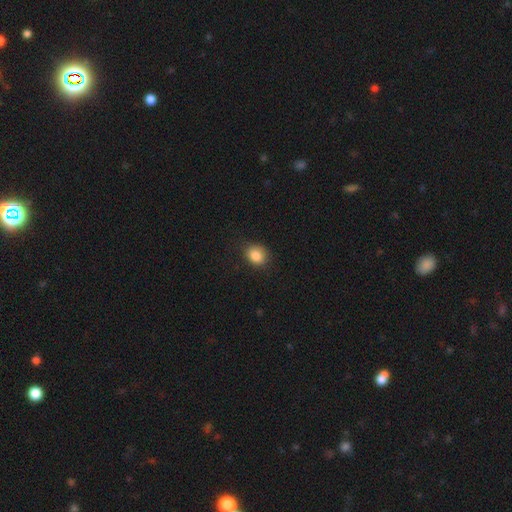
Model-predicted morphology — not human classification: smooth-or-featured: smooth: 85% | star or artifact: 10% | featured or disk: 5%
  how-rounded: round: 53% | in between: 46% | cigar-shaped: 1%
  merging: none: 82% | minor disturbance: 14% | major disturbance: 3% | merger: 1%